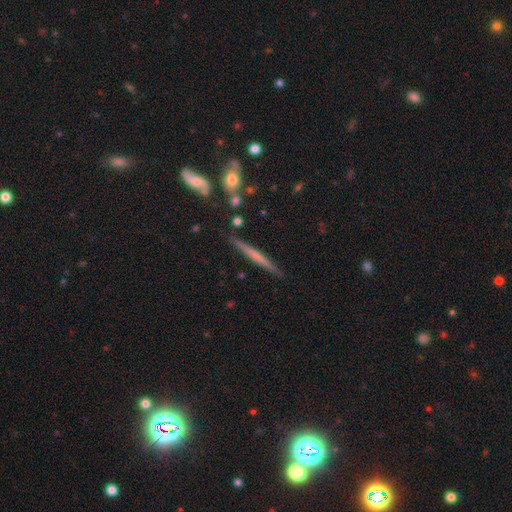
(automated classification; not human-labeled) A featured or disk galaxy (55%) viewed edge-on (96%) with no central bulge (71%).

Vote fractions:
- Smooth or featured? featured or disk: 55% / smooth: 39% / star or artifact: 6%
- Edge-on disk? yes: 96% / no: 4%
- Edge-on bulge? none: 71% / rounded: 20% / boxy: 9%
- Merging? none: 88% / minor disturbance: 8% / merger: 2% / major disturbance: 2%